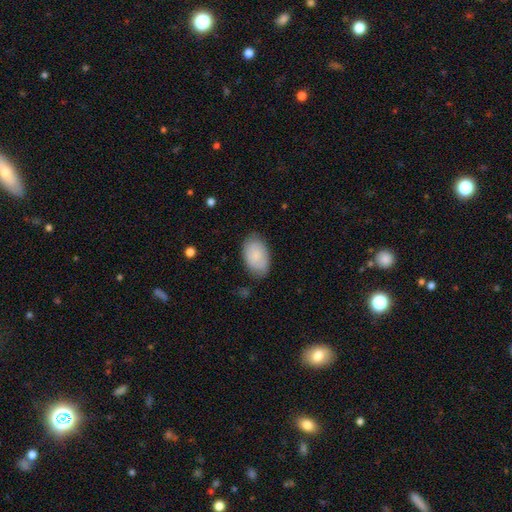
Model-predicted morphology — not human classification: Q: Smooth or featured?
A: smooth (81%); runner-up: featured or disk (13%)
Q: How rounded?
A: in between (92%); runner-up: round (6%)
Q: Merging?
A: none (78%); runner-up: minor disturbance (17%)